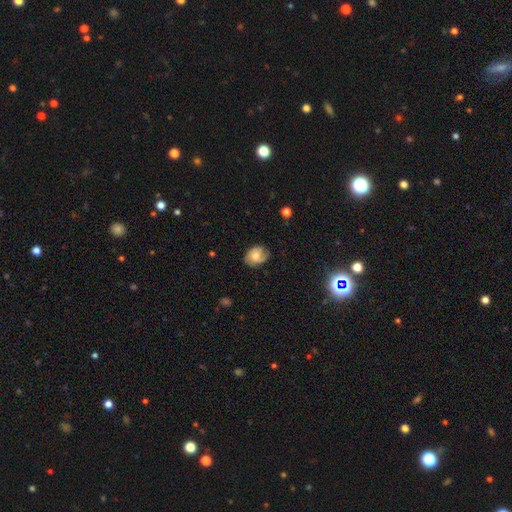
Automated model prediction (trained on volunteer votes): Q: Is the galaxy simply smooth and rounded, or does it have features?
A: featured or disk — 51%.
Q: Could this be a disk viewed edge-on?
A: no — 97%.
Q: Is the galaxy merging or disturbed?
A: none — 71%.